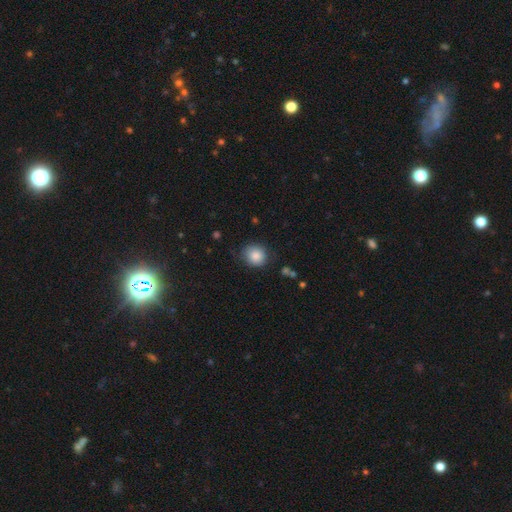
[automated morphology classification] smooth 86%, star or artifact 9%, featured or disk 5%. Down the decision tree: how rounded — round (85%); merging — none (81%).